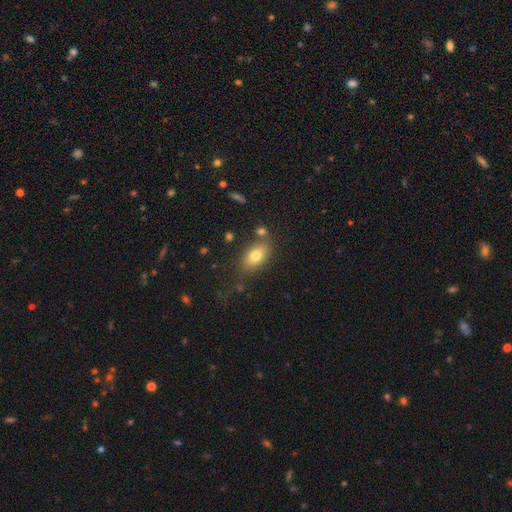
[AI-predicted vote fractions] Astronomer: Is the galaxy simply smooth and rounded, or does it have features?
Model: smooth — 76%.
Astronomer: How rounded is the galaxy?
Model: in between — 88%.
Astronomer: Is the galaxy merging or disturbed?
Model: none — 74%.